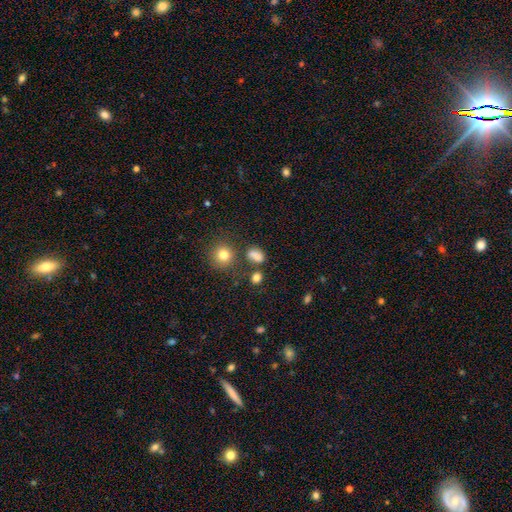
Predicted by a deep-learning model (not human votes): Overall: smooth (79%). How rounded: in between (71%). Merging: none (64%).